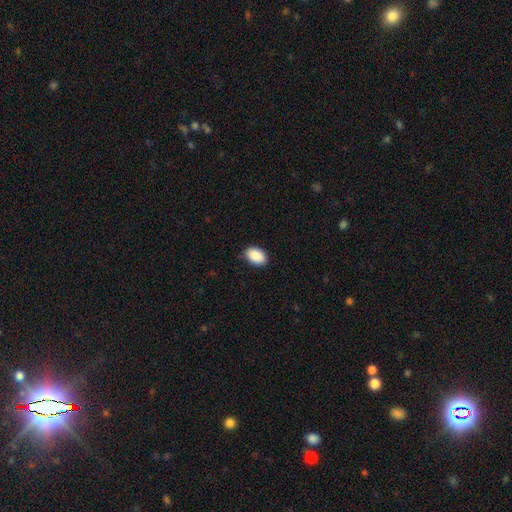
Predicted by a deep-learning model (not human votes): Q: Smooth or featured?
A: smooth (90%); runner-up: star or artifact (7%)
Q: How rounded?
A: in between (91%); runner-up: round (8%)
Q: Merging?
A: none (86%); runner-up: minor disturbance (11%)